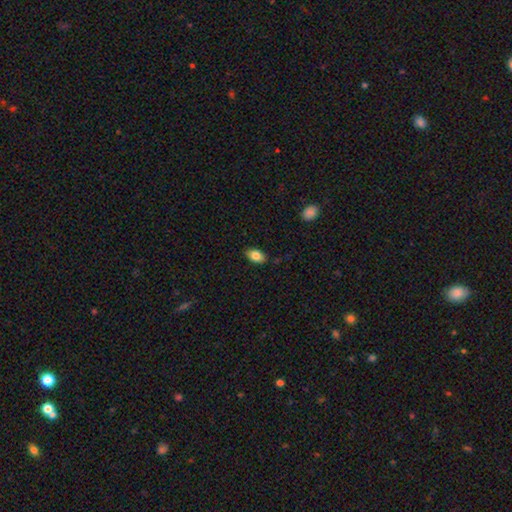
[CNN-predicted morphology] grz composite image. It shows a smooth galaxy with no disk features (83%) that is in between round and cigar-shaped (89%). Merging: none (87%).